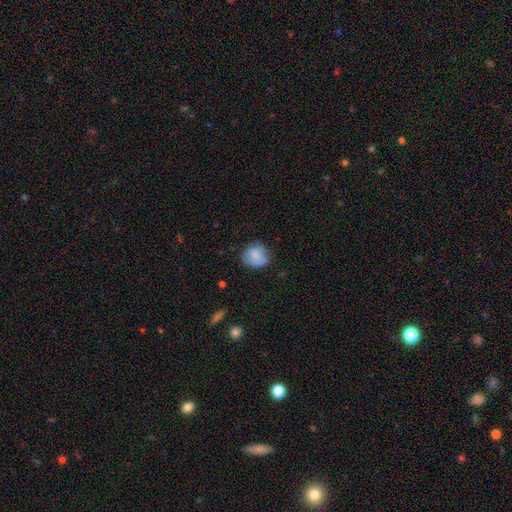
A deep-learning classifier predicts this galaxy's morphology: This appears to be a smooth galaxy with no disk features (72%) that is round (79%). Merging: none (63%).